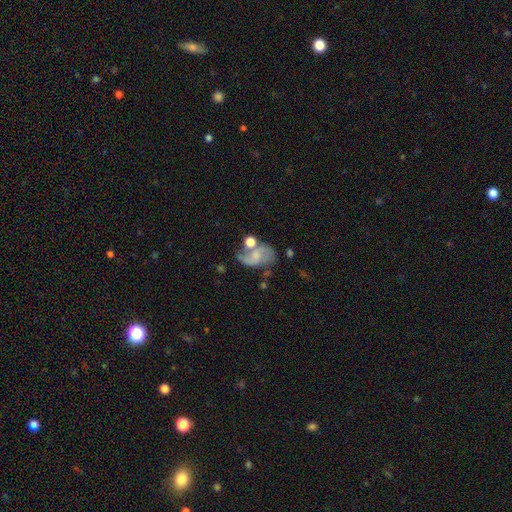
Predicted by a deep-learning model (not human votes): This appears to be a featured or disk galaxy (67%) with no bar (57%), 2 (85%) loose (51%) spiral arms (88%) and a small central bulge (40%). Merging: none (45%).